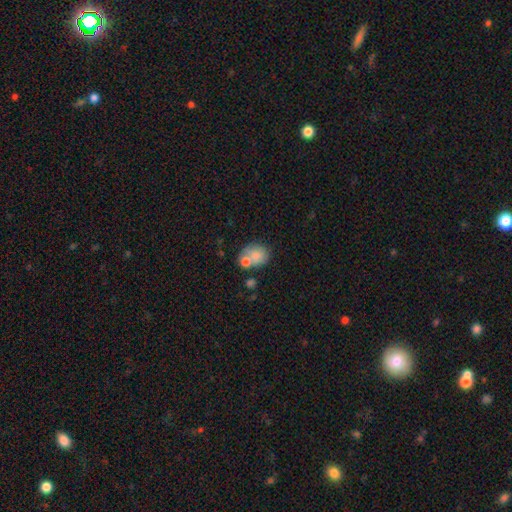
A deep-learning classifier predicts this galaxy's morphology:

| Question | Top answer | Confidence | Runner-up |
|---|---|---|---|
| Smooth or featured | smooth | 72% | featured or disk (19%) |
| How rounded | round | 63% | in between (36%) |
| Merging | none | 44% | merger (35%) |